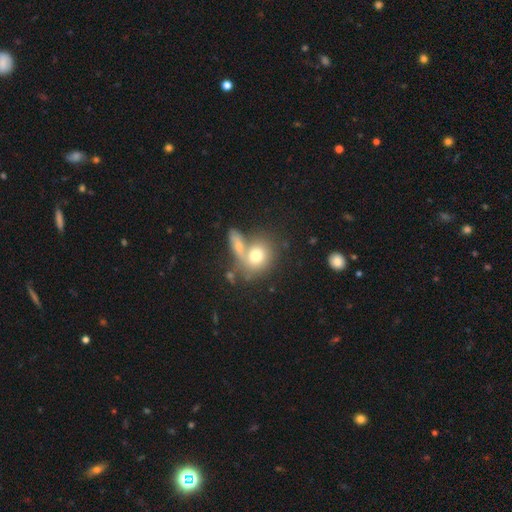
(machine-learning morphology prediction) This is likely a smooth galaxy (71%). How rounded: likely round (61%). Merging: possibly merger (47%).